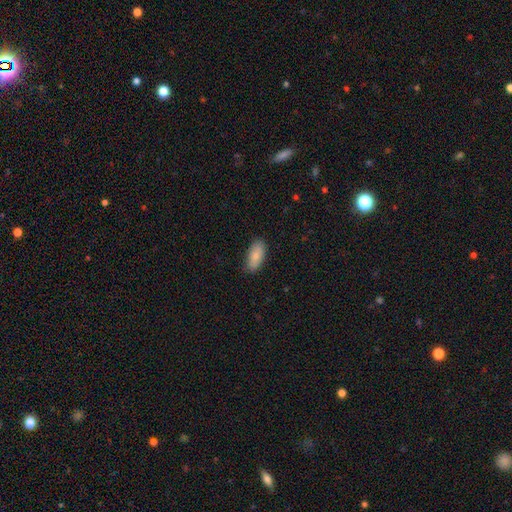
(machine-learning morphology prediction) smooth-or-featured: smooth: 83% | featured or disk: 11% | star or artifact: 6%
  how-rounded: in between: 89% | cigar-shaped: 8% | round: 2%
  merging: none: 84% | minor disturbance: 13% | major disturbance: 2% | merger: 1%